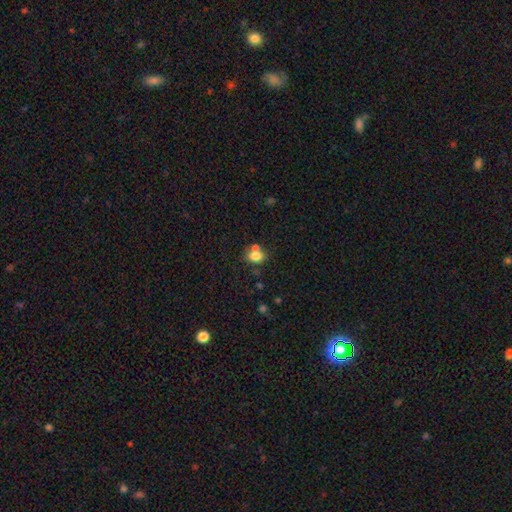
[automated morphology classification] A smooth galaxy with no disk features (78%) that is in between round and cigar-shaped (54%).

Vote fractions:
- Smooth or featured? smooth: 78% / star or artifact: 11% / featured or disk: 11%
- How rounded? in between: 54% / round: 45% / cigar-shaped: 1%
- Merging? none: 51% / merger: 33% / minor disturbance: 12% / major disturbance: 4%